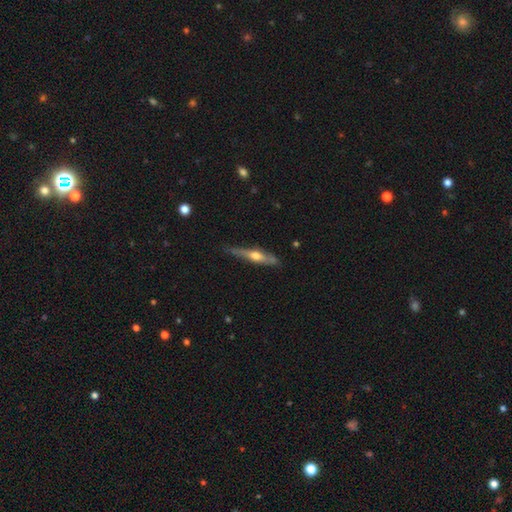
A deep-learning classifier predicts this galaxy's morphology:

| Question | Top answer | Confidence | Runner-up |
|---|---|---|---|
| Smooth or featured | featured or disk | 58% | smooth (36%) |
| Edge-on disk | yes | 91% | no (9%) |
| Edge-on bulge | rounded | 88% | none (7%) |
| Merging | none | 65% | minor disturbance (27%) |